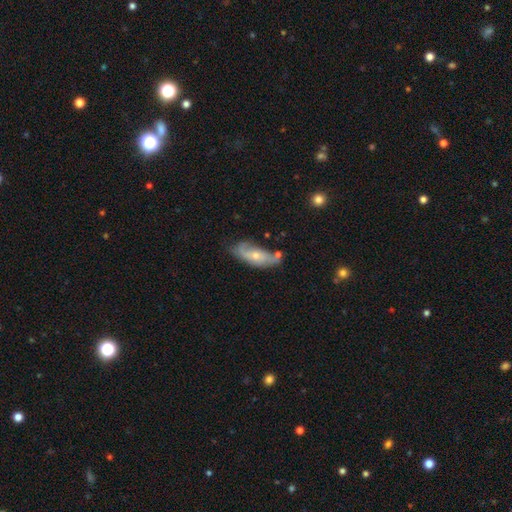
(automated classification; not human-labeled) The model was most divided on "smooth or featured": featured or disk: 54%, smooth: 40%, star or artifact: 7%. More confident: edge-on disk — no (85%); merging — none (50%).